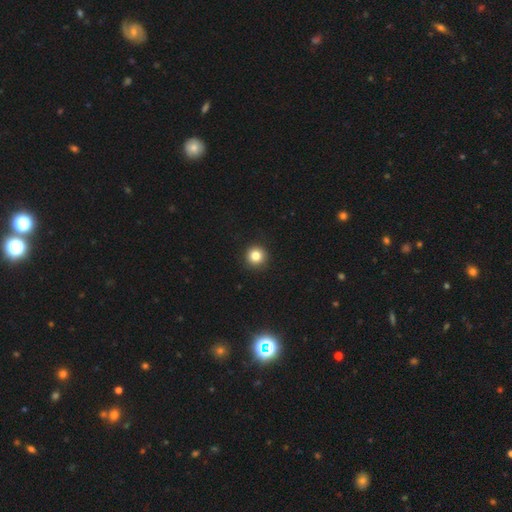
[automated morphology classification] smooth-or-featured: smooth: 83% | star or artifact: 12% | featured or disk: 5%
  how-rounded: round: 95% | in between: 4% | cigar-shaped: 1%
  merging: none: 92% | minor disturbance: 5% | major disturbance: 2% | merger: 1%